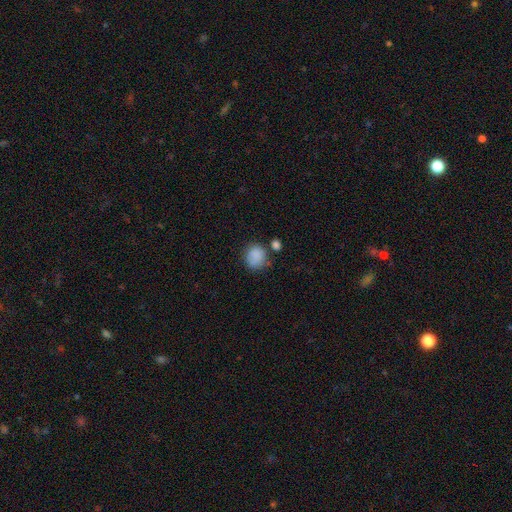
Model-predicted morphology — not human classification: This is clearly a smooth galaxy (85%). How rounded: likely round (73%). Merging: likely none (63%).